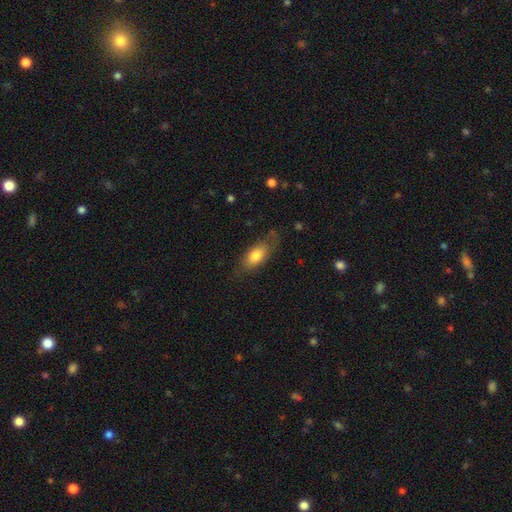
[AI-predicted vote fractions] Overall: smooth (76%). How rounded: in between (85%). Merging: none (68%).